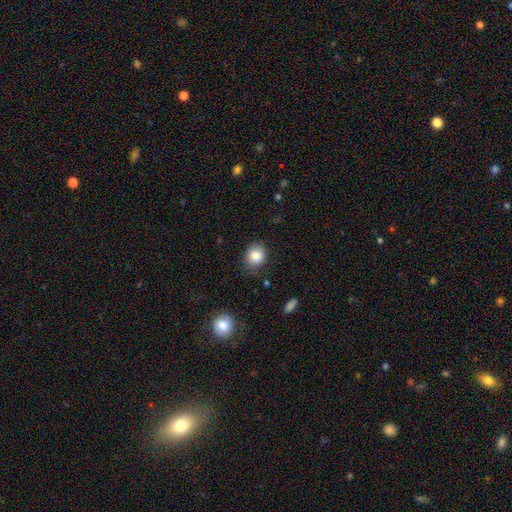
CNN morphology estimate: type=smooth (85%); roundness=round (64%); merging=none (78%).